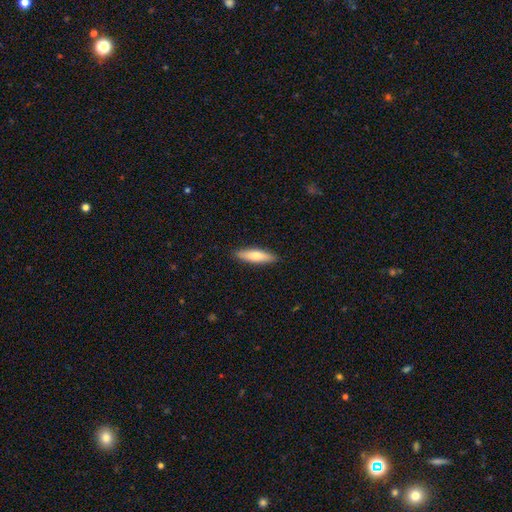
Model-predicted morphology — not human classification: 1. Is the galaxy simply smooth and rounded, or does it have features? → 72% smooth, 23% featured or disk, 6% star or artifact.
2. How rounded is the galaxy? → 66% cigar-shaped, 32% in between, 2% round.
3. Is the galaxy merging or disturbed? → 89% none, 8% minor disturbance, 2% major disturbance, 1% merger.